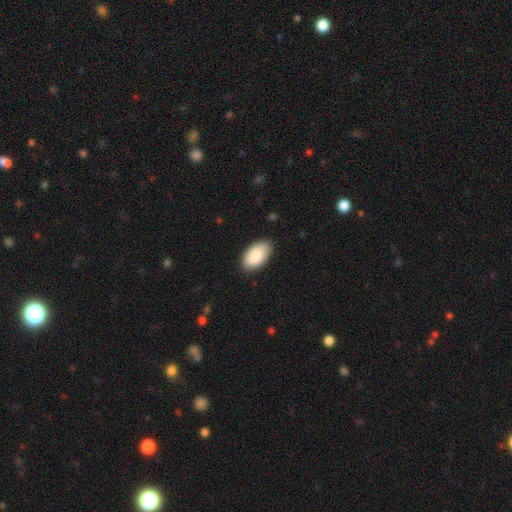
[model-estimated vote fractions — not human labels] Smooth or featured: smooth — 88% (featured or disk — 6%)
How rounded: in between — 95% (round — 3%)
Merging: none — 85% (minor disturbance — 12%)